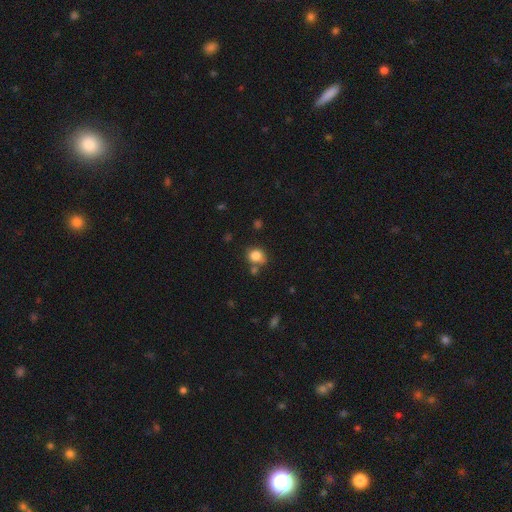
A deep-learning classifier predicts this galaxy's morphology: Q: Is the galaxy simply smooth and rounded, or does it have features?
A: smooth — 83%.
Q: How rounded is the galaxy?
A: round — 68%.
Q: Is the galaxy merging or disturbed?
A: none — 64%.